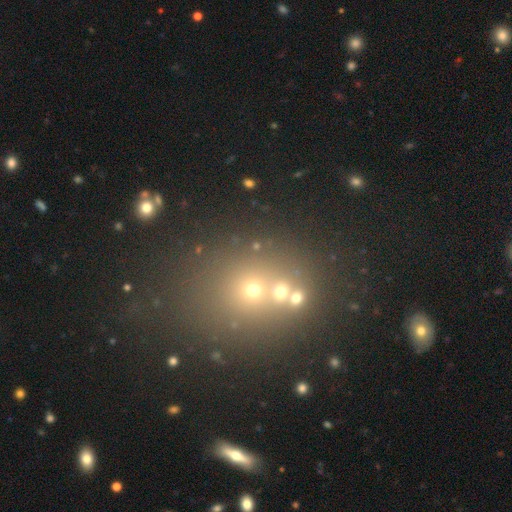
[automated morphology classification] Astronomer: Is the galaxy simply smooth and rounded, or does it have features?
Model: smooth — 44% (runner-up: star or artifact, 41%).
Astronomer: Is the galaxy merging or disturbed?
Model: none — 58%.